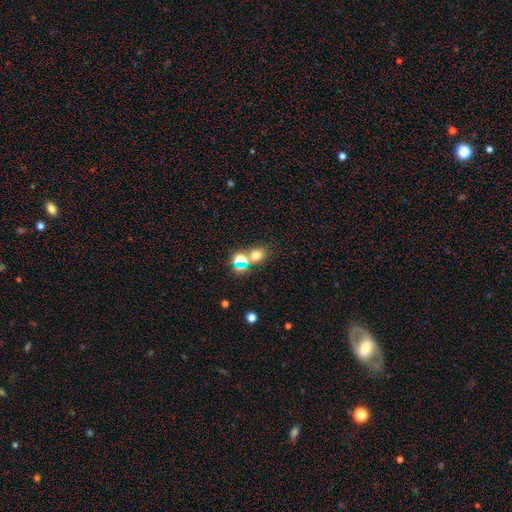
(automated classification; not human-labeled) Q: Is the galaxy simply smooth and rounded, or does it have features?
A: smooth — 65%.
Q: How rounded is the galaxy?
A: round — 50%.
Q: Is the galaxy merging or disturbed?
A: none — 56%.